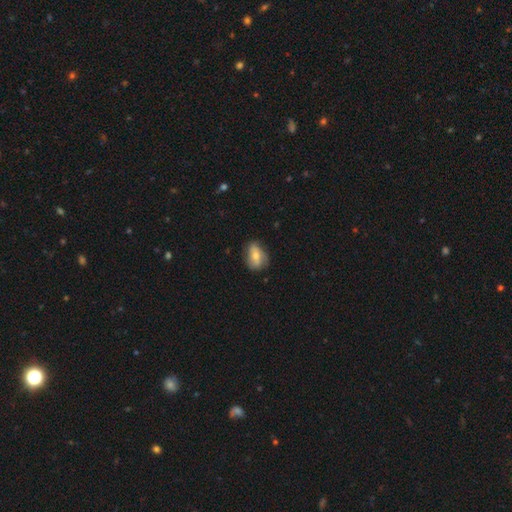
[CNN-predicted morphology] smooth 58%, featured or disk 34%, star or artifact 8%. Down the decision tree: how rounded — in between (76%); merging — none (65%).